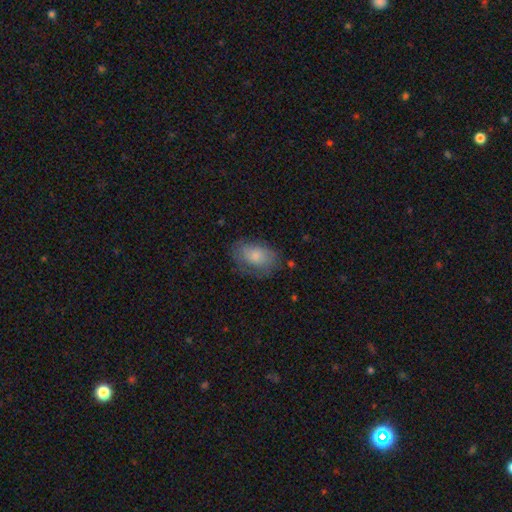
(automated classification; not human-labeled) Smooth or featured? smooth (73%)
How rounded? in between (86%)
Merging? none (63%)